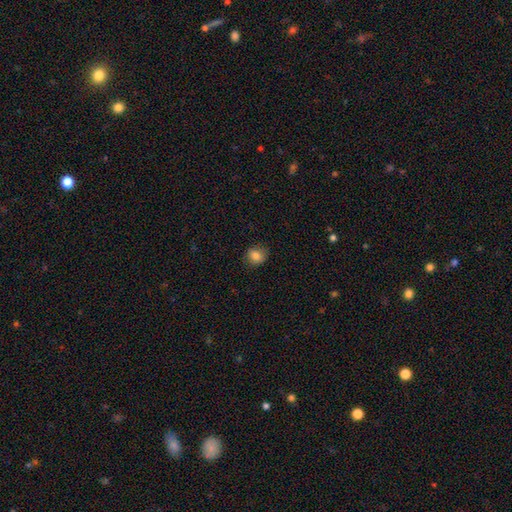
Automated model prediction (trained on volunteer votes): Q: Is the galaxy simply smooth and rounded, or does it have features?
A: smooth — 83%.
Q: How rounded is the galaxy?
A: round — 67%.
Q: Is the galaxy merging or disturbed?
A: none — 82%.